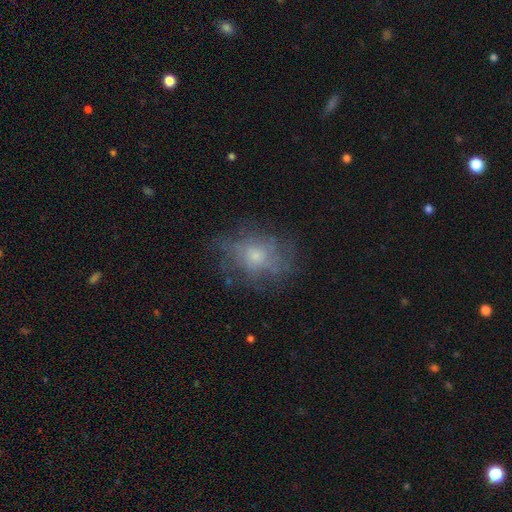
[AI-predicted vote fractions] A featured or disk galaxy (47%).

Vote fractions:
- Smooth or featured? featured or disk: 47% / smooth: 39% / star or artifact: 15%
- Merging? none: 67% / minor disturbance: 19% / major disturbance: 12% / merger: 1%